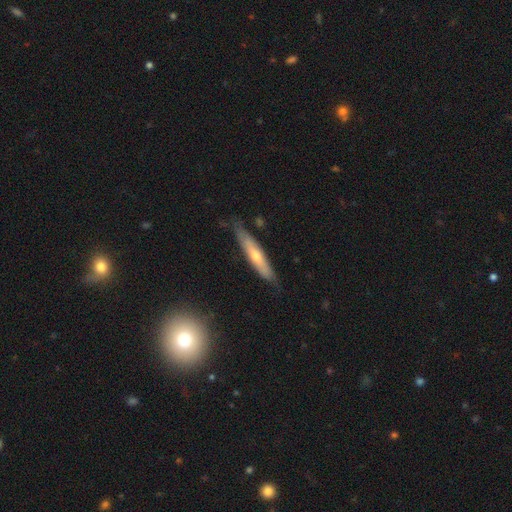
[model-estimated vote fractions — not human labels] Smooth or featured? featured or disk (49%)
Merging? none (78%)